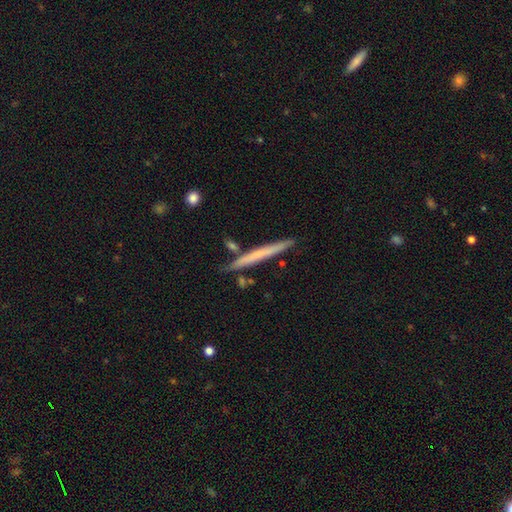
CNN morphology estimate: smooth-or-featured: smooth: 52% | featured or disk: 42% | star or artifact: 6%
  how-rounded: cigar-shaped: 97% | in between: 2% | round: 1%
  merging: none: 83% | minor disturbance: 10% | merger: 4% | major disturbance: 2%